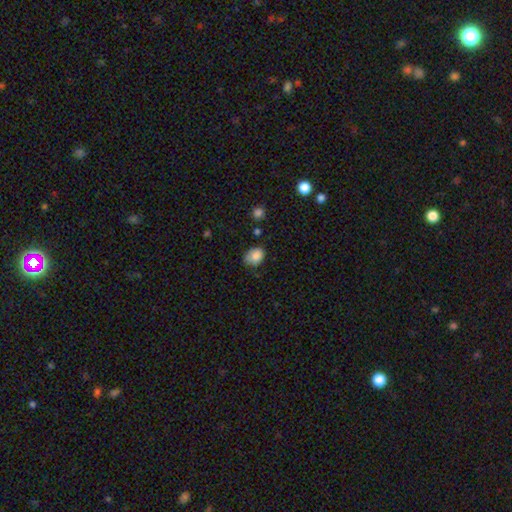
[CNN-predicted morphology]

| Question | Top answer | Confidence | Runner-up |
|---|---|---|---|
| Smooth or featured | smooth | 84% | star or artifact (9%) |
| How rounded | in between | 64% | round (36%) |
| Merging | none | 63% | minor disturbance (29%) |